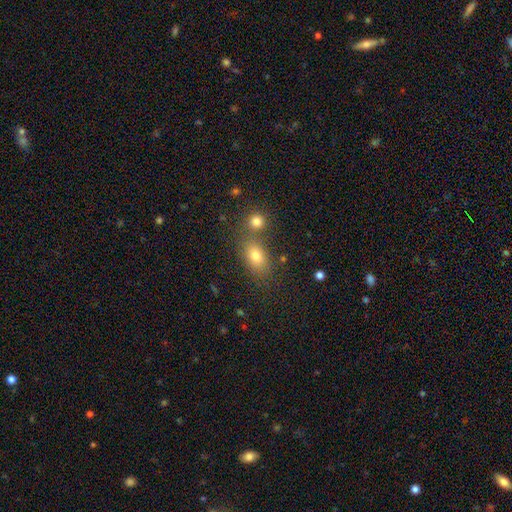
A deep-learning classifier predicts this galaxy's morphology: The model was most divided on "merging": none: 62%, merger: 23%, minor disturbance: 11%, major disturbance: 4%. More confident: how rounded — in between (80%); smooth or featured — smooth (76%).